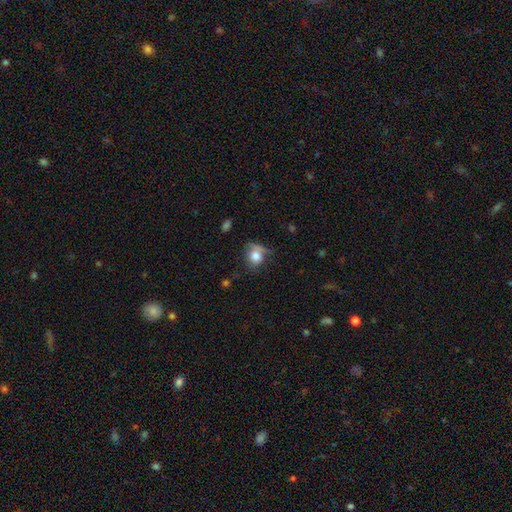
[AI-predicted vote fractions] Smooth or featured? Predicted: smooth (p=0.76). How rounded? Predicted: round (p=0.68). Merging? Predicted: none (p=0.46).